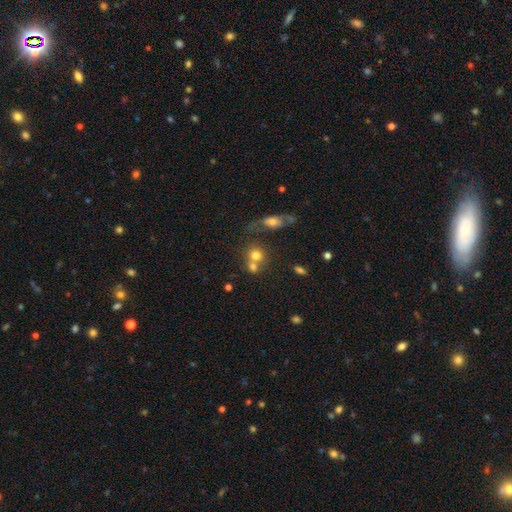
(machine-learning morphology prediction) type=smooth (71%); roundness=round (76%); merging=merger (48%).